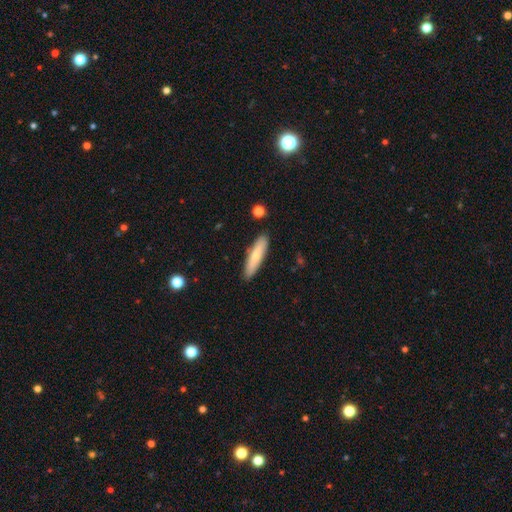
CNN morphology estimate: type=smooth (66%); roundness=cigar-shaped (78%); merging=none (88%).